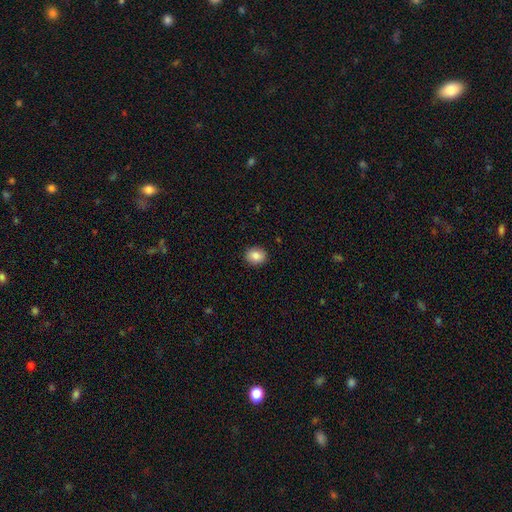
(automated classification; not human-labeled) A smooth galaxy with no disk features (85%) that is round (61%). Merging: none (91%).